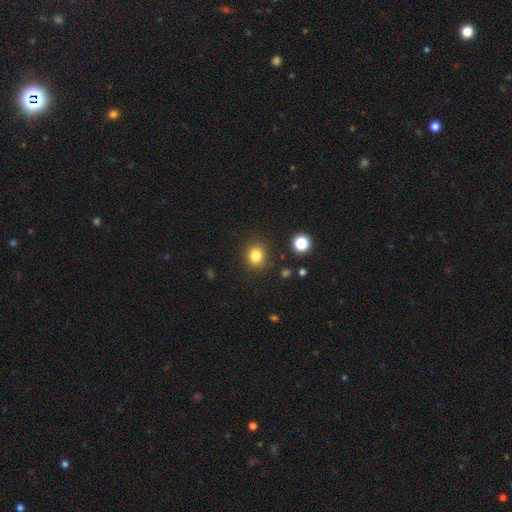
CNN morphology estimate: type=smooth (83%); roundness=round (75%); merging=none (87%).